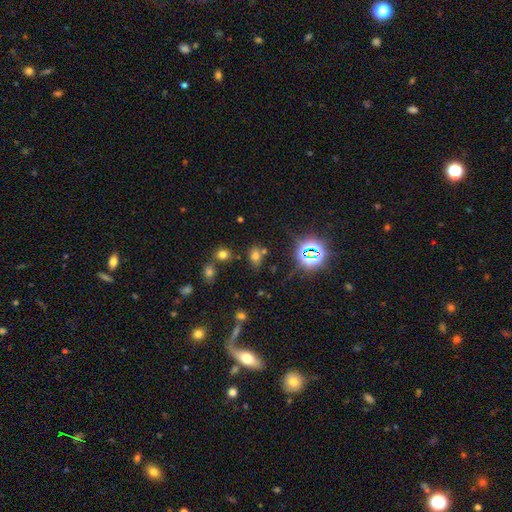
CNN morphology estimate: A smooth galaxy with no disk features (57%) that is in between round and cigar-shaped (75%). Merging: none (65%).